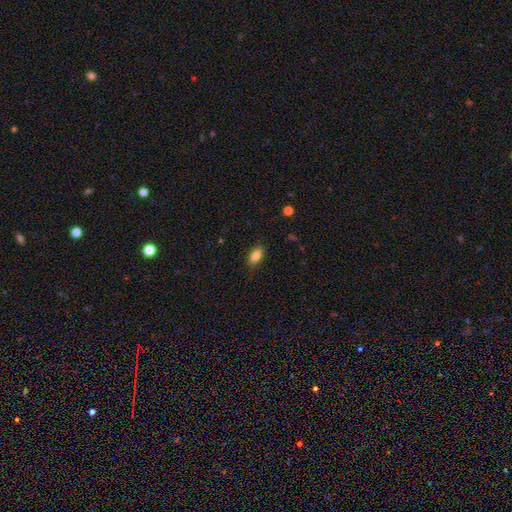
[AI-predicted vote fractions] A smooth galaxy with no disk features (83%) that is in between round and cigar-shaped (88%). Merging: none (85%).